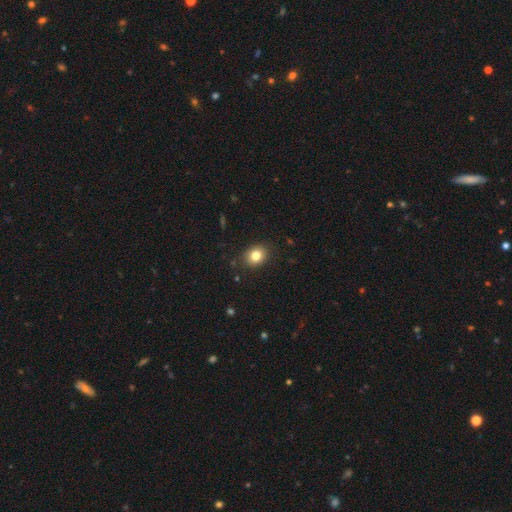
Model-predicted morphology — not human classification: smooth-or-featured: smooth: 82% | star or artifact: 11% | featured or disk: 8%
  how-rounded: round: 59% | in between: 40% | cigar-shaped: 1%
  merging: none: 86% | minor disturbance: 10% | major disturbance: 2% | merger: 1%